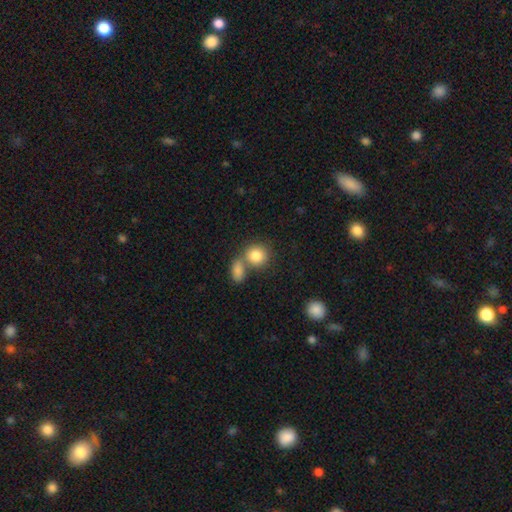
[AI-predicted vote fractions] The model was most divided on "merging": merger: 44%, none: 43%, minor disturbance: 9%, major disturbance: 4%. More confident: smooth or featured — smooth (84%); how rounded — round (75%).